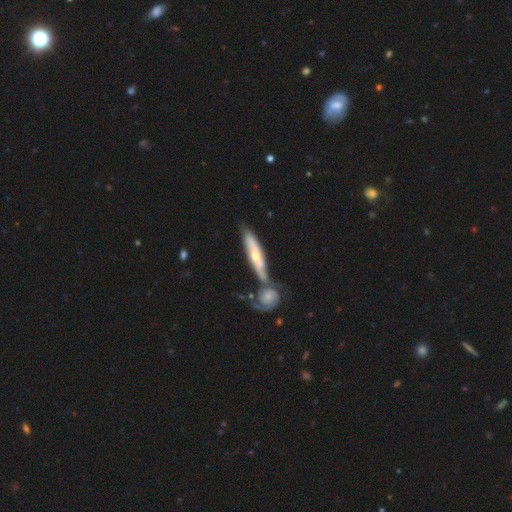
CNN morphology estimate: A featured or disk galaxy (62%) viewed edge-on (59%). Merging: merger (43%).